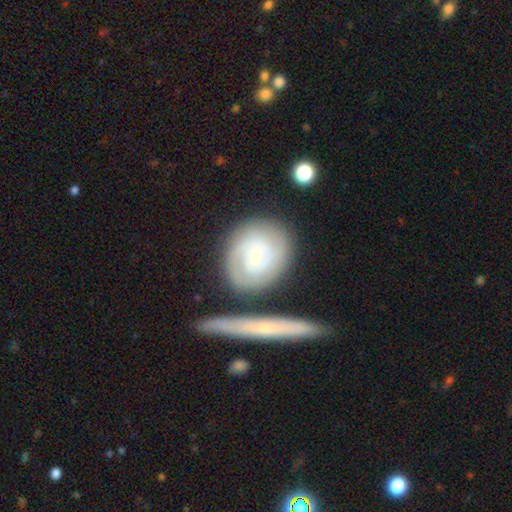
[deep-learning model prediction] Q: Smooth or featured?
A: featured or disk (65%); runner-up: smooth (29%)
Q: Edge-on disk?
A: no (95%); runner-up: yes (5%)
Q: Bar?
A: no (71%); runner-up: weak (23%)
Q: Spiral arms?
A: yes (86%); runner-up: no (14%)
Q: Spiral winding?
A: tight (71%); runner-up: medium (23%)
Q: Spiral arm count?
A: 2 (48%); runner-up: can't tell (31%)
Q: Bulge size?
A: small (74%); runner-up: moderate (21%)
Q: Merging?
A: none (73%); runner-up: minor disturbance (14%)